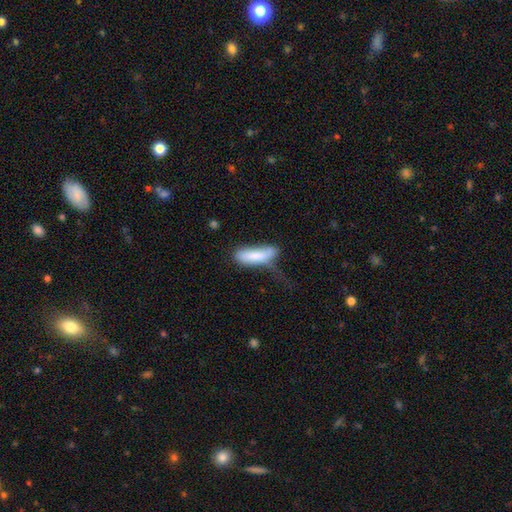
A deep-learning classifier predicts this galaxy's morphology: This is likely a smooth galaxy (77%). How rounded: possibly in between (49%, tied with cigar-shaped). Merging: marginally minor disturbance (35%).